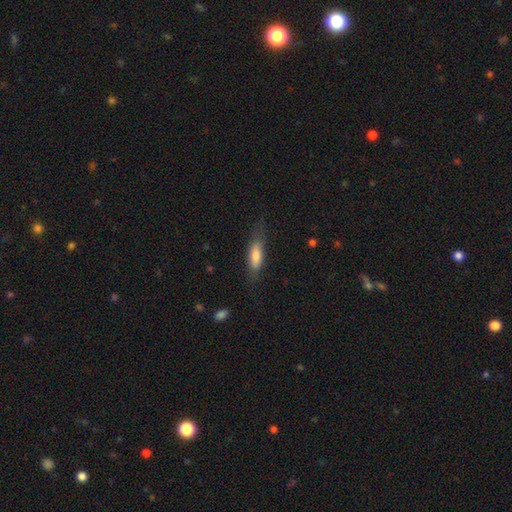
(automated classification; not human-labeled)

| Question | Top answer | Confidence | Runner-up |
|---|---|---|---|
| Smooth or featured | smooth | 76% | featured or disk (17%) |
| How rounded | cigar-shaped | 51% | in between (47%) |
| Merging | none | 70% | minor disturbance (21%) |